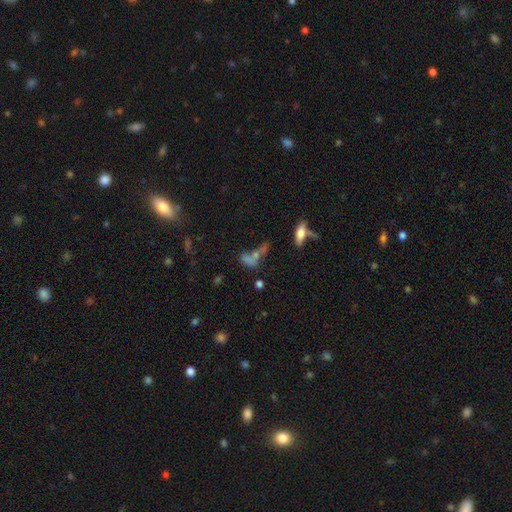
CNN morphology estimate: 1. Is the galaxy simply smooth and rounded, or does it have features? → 49% smooth, 29% star or artifact, 22% featured or disk.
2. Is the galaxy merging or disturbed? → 39% none, 33% merger, 14% major disturbance, 13% minor disturbance.